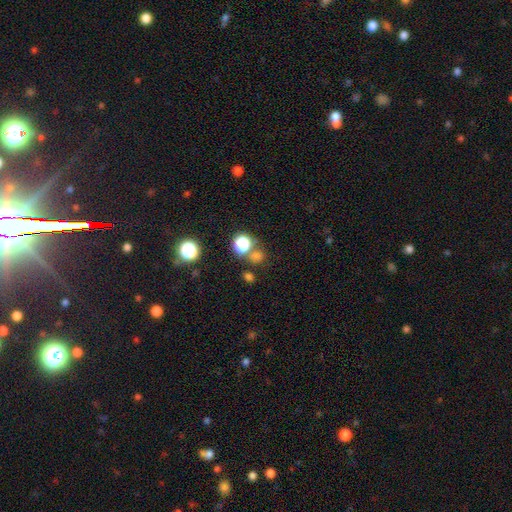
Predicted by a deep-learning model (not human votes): This appears to be a smooth galaxy with no disk features (66%) that is round (78%). Merging: none (65%).